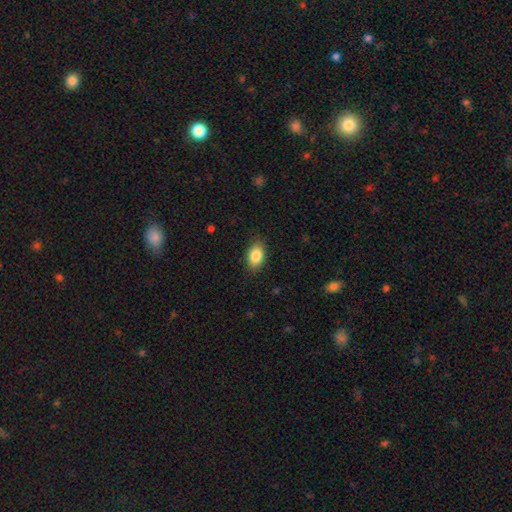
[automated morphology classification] smooth-or-featured: smooth: 86% | star or artifact: 8% | featured or disk: 6%
  how-rounded: in between: 86% | round: 12% | cigar-shaped: 2%
  merging: none: 83% | minor disturbance: 13% | major disturbance: 3% | merger: 1%